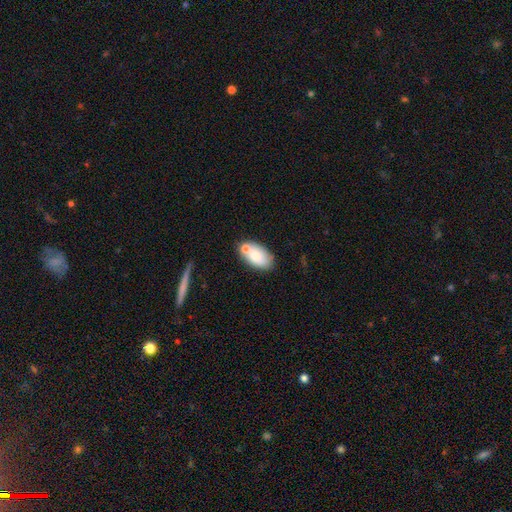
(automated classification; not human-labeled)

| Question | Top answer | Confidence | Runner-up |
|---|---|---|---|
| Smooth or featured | smooth | 76% | featured or disk (17%) |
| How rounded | in between | 93% | round (5%) |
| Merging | none | 60% | merger (19%) |